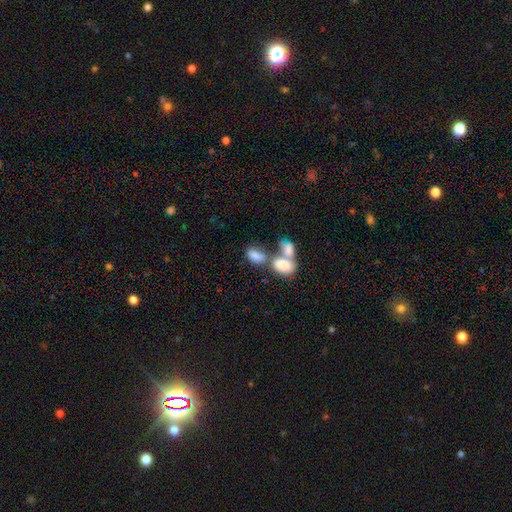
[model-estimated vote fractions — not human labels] Smooth or featured? Predicted: smooth (p=0.78). How rounded? Predicted: in between (p=0.92). Merging? Predicted: merger (p=0.63).